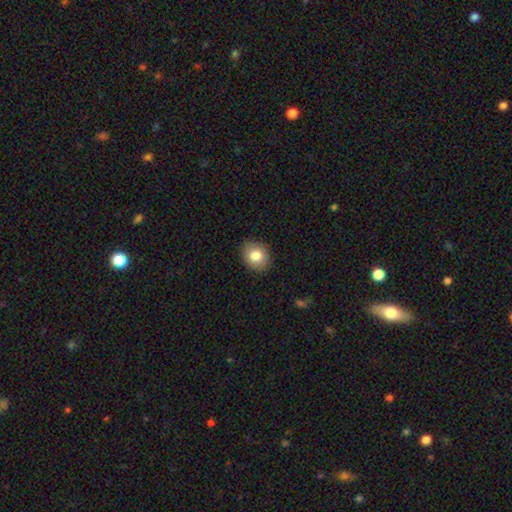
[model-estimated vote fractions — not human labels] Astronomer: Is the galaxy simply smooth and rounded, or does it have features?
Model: smooth — 81%.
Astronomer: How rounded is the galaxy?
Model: round — 67%.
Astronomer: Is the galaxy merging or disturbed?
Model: none — 88%.